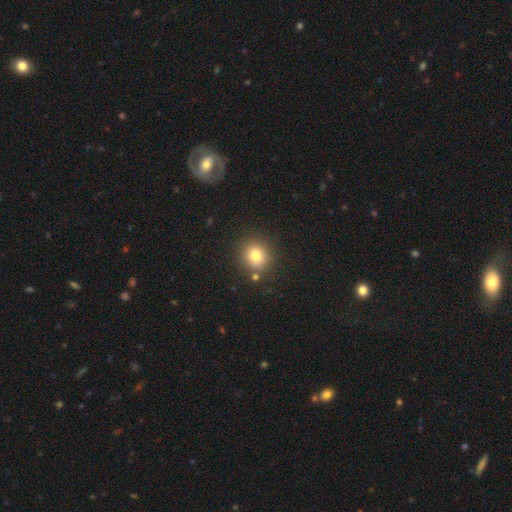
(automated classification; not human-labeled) smooth_or_featured: smooth (p=0.79) [alt: star or artifact p=0.13]
how_rounded: round (p=0.85) [alt: in between p=0.14]
merging: none (p=0.83) [alt: minor disturbance p=0.08]